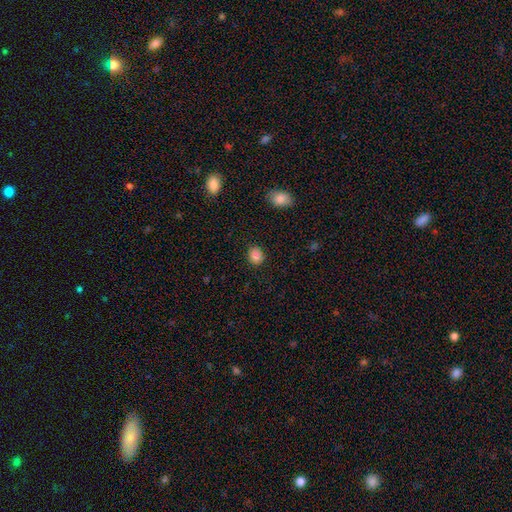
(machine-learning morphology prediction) This appears to be a smooth galaxy with no disk features (86%) that is round (65%). Merging: none (88%).